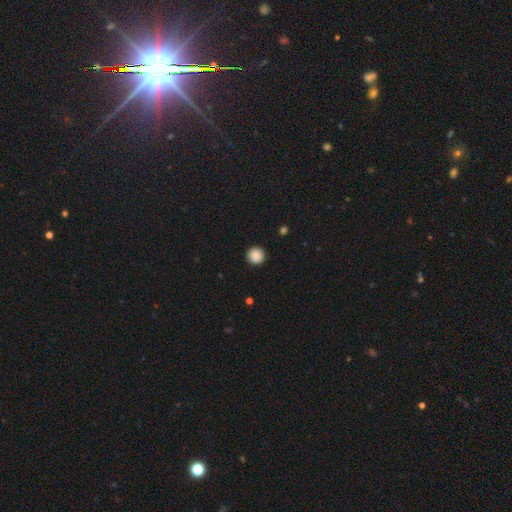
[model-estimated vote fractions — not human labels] A smooth galaxy with no disk features (89%) that is round (96%). Merging: none (92%).